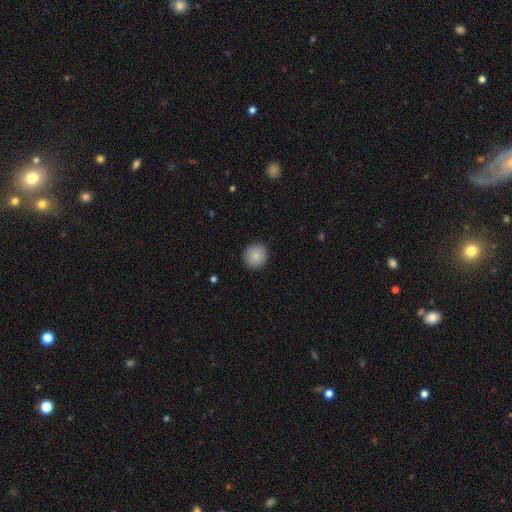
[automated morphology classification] Smooth or featured: smooth — 85% (featured or disk — 7%)
How rounded: round — 91% (in between — 8%)
Merging: none — 90% (minor disturbance — 8%)